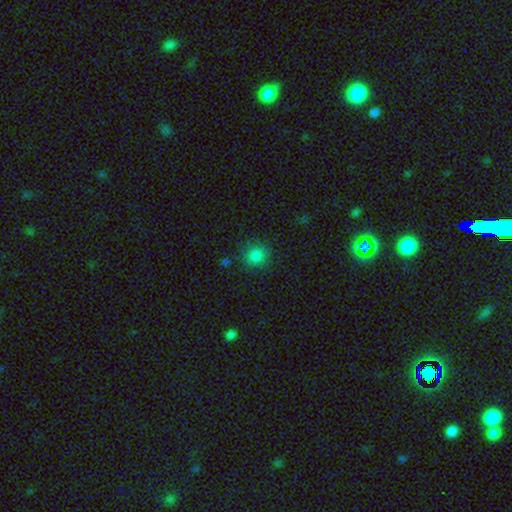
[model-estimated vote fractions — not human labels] Overall: smooth (84%). How rounded: round (86%). Merging: none (83%).